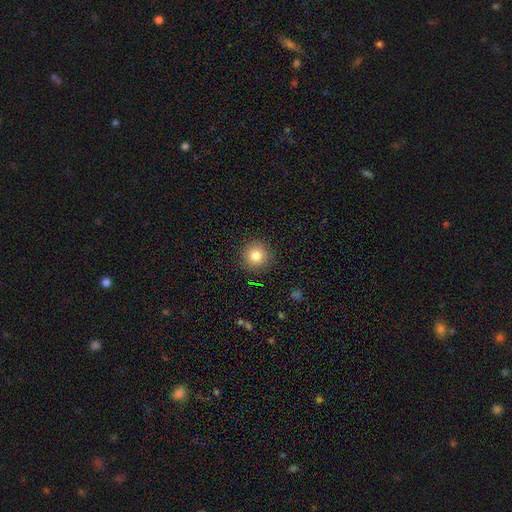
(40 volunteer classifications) smooth_or_featured: smooth (p=0.78) [alt: star or artifact p=0.12]
how_rounded: round (p=1.00)
merging: none (p=0.86) [alt: minor disturbance p=0.11]